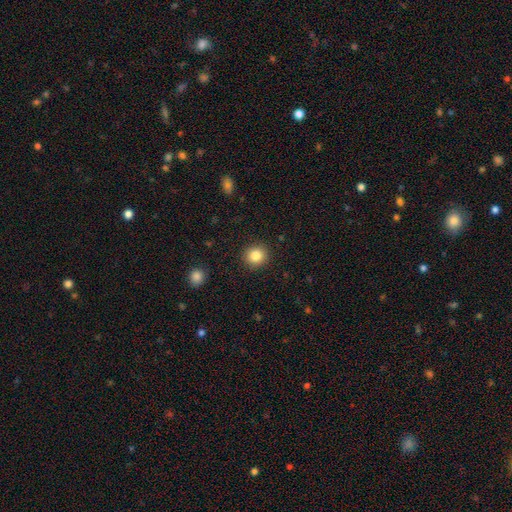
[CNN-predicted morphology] Overall: smooth (84%). How rounded: round (89%). Merging: none (91%).